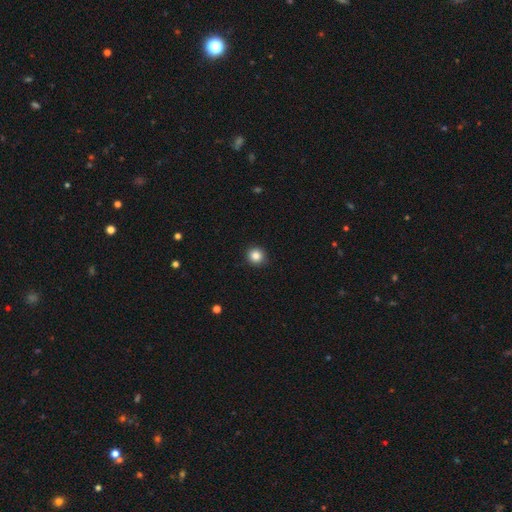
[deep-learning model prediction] smooth_or_featured: smooth (p=0.86) [alt: star or artifact p=0.10]
how_rounded: round (p=0.94) [alt: in between p=0.05]
merging: none (p=0.92) [alt: minor disturbance p=0.05]